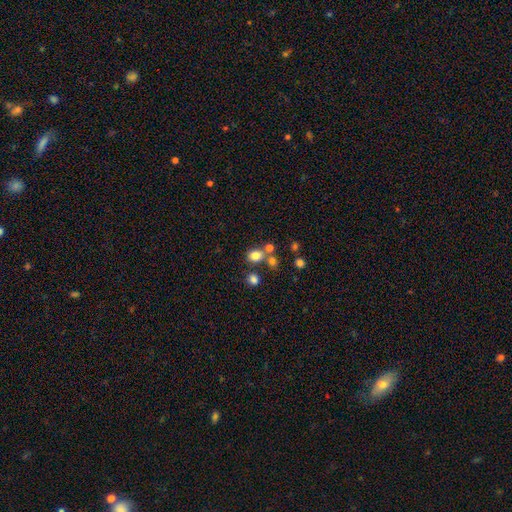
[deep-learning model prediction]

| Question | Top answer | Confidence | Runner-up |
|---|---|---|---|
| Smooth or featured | smooth | 78% | star or artifact (13%) |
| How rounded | round | 58% | in between (41%) |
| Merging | none | 61% | merger (23%) |